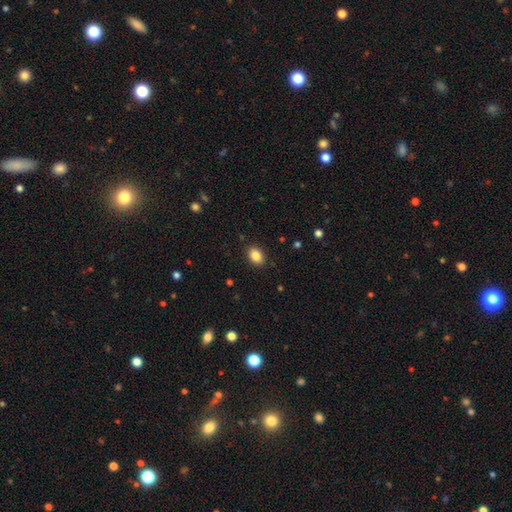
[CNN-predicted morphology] Overall: smooth (86%). How rounded: in between (76%). Merging: none (89%).